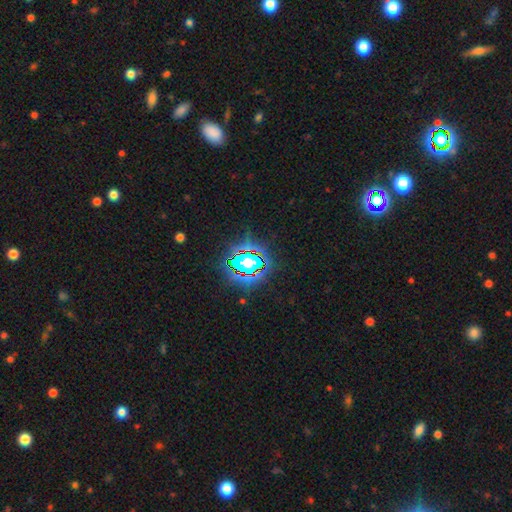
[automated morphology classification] A star or artifact, not a galaxy (77%).

Vote fractions:
- Smooth or featured? star or artifact: 77% / smooth: 12% / featured or disk: 11%